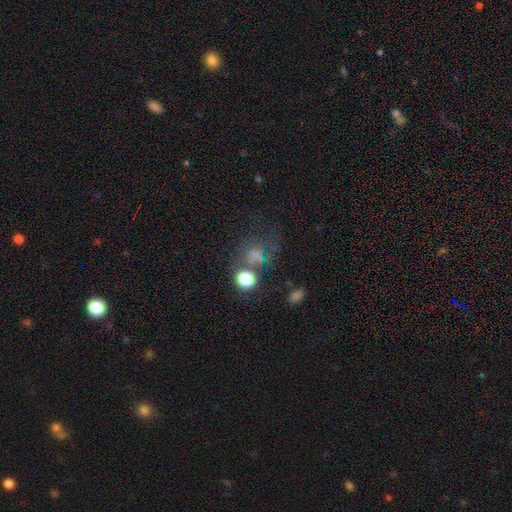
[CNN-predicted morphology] Smooth or featured? Predicted: smooth (p=0.51). How rounded? Predicted: round (p=0.73). Merging? Predicted: none (p=0.48).